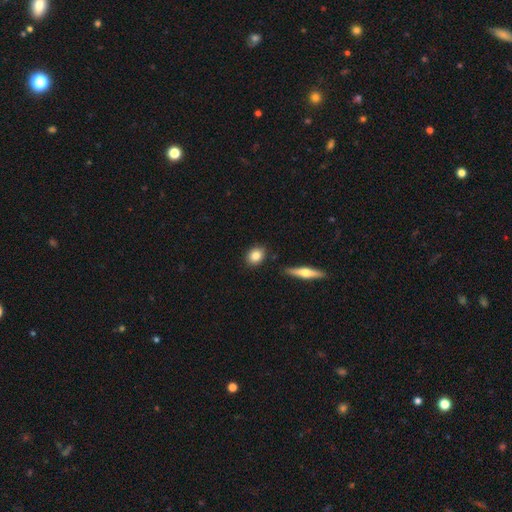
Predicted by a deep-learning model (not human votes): Overall: smooth (83%). How rounded: round (49%; in between 47%). Merging: none (86%).